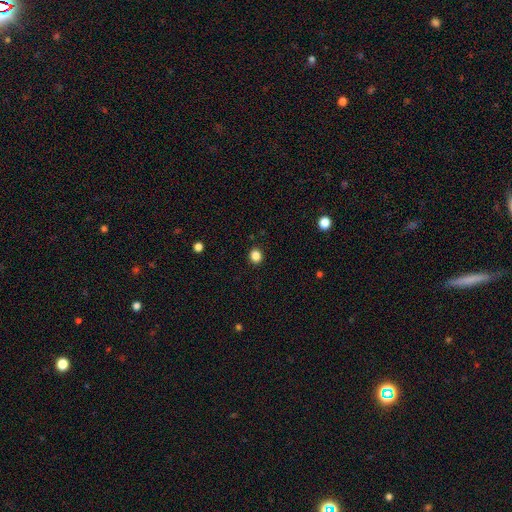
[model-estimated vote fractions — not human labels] A smooth galaxy with no disk features (86%) that is round (81%). Merging: none (92%).